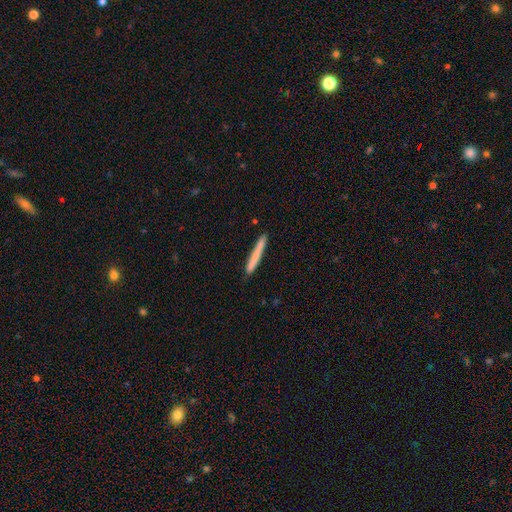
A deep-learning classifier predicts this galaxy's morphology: Smooth or featured? smooth (74%)
How rounded? cigar-shaped (97%)
Merging? none (89%)